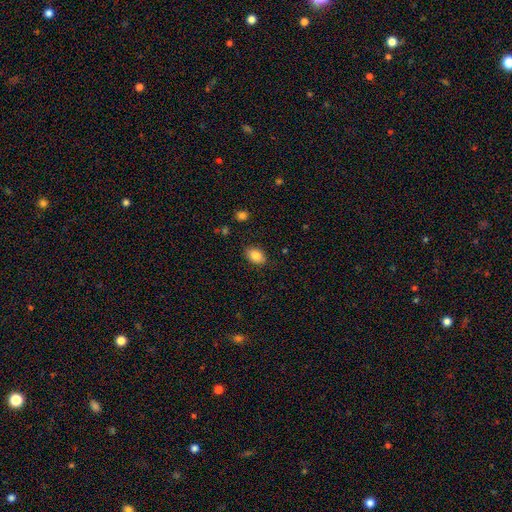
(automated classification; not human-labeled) smooth-or-featured: smooth: 85% | star or artifact: 8% | featured or disk: 7%
  how-rounded: in between: 79% | round: 20% | cigar-shaped: 1%
  merging: none: 84% | minor disturbance: 12% | major disturbance: 3% | merger: 1%